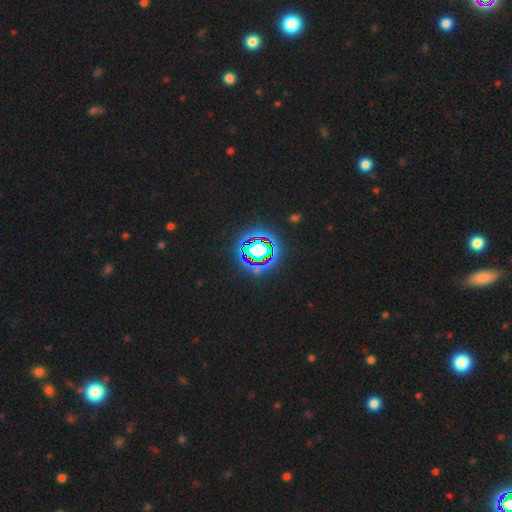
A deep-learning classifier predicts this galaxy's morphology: type=star or artifact (82%).